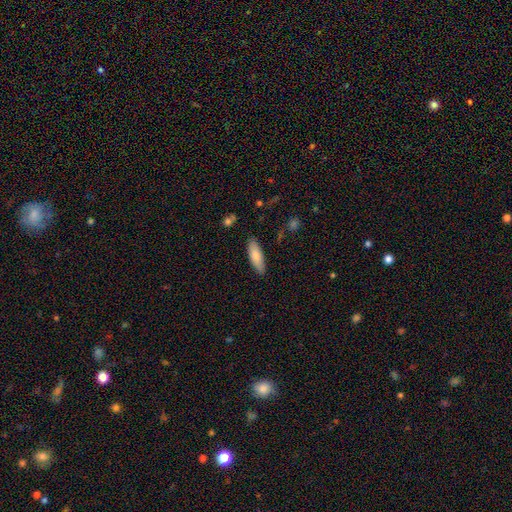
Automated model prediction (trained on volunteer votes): Q: Smooth or featured?
A: smooth (79%); runner-up: featured or disk (15%)
Q: How rounded?
A: in between (51%); runner-up: cigar-shaped (47%)
Q: Merging?
A: none (86%); runner-up: minor disturbance (10%)